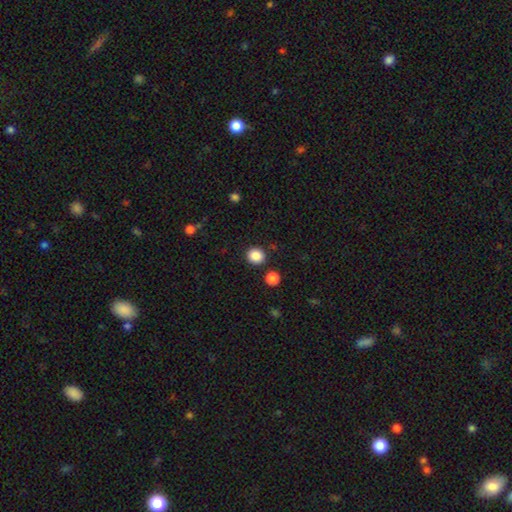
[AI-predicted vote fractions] Smooth or featured?
  - smooth: 87% *
  - star or artifact: 10%
  - featured or disk: 3%
How rounded?
  - round: 86% *
  - in between: 14%
  - cigar-shaped: 1%
Merging?
  - none: 88% *
  - minor disturbance: 6%
  - merger: 4%
  - major disturbance: 2%